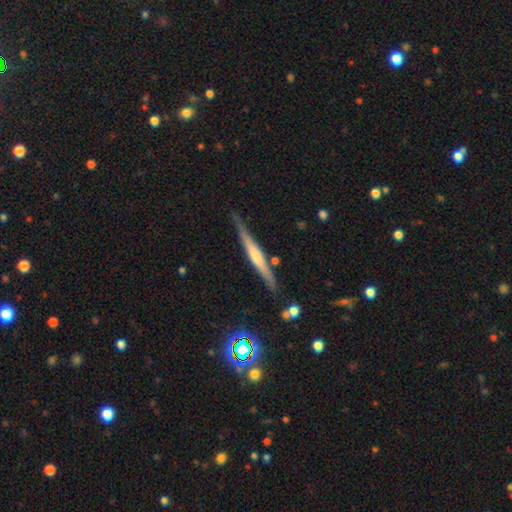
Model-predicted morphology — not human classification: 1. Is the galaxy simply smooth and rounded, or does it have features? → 75% featured or disk, 17% smooth, 7% star or artifact.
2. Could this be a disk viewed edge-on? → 98% yes, 2% no.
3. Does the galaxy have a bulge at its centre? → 66% rounded, 20% none, 13% boxy.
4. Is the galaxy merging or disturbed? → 87% none, 9% minor disturbance, 2% merger, 2% major disturbance.